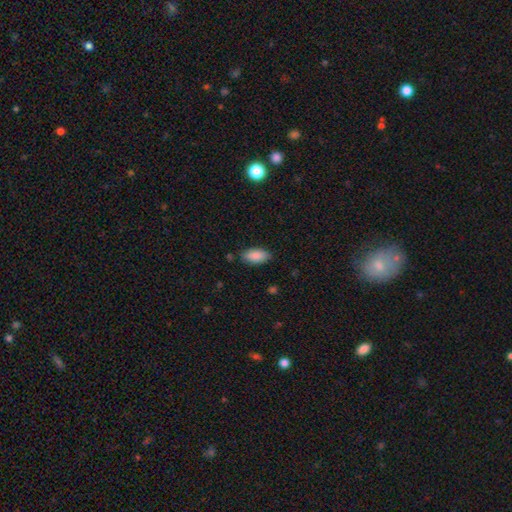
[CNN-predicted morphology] This is clearly a smooth galaxy (88%). How rounded: clearly in between (91%). Merging: clearly none (83%).